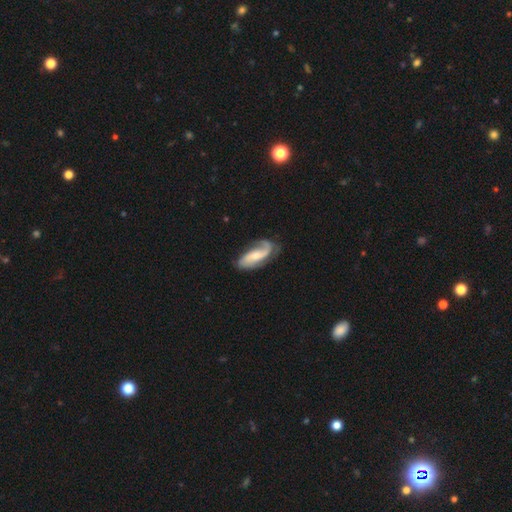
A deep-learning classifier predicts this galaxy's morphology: This appears to be a featured or disk galaxy (77%) with no bar (49%), 2 (69%) loose (41%) spiral arms (94%) and a small central bulge (46%). Merging: none (60%).